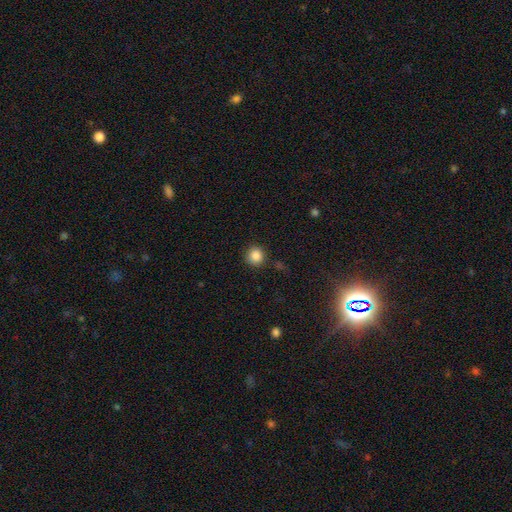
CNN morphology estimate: Smooth or featured: smooth — 86% (star or artifact — 10%)
How rounded: round — 91% (in between — 8%)
Merging: none — 88% (minor disturbance — 7%)